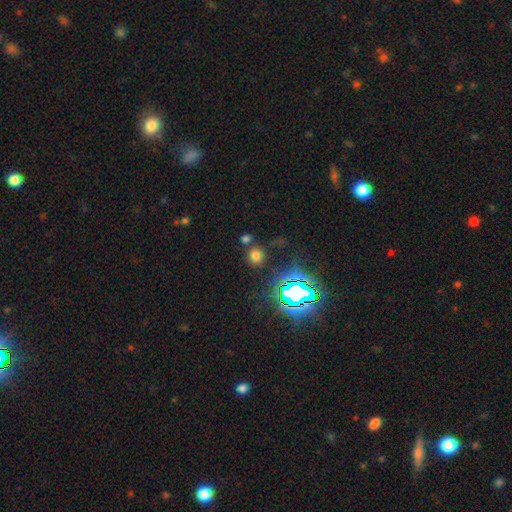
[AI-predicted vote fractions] Smooth or featured?
  - smooth: 62% *
  - star or artifact: 31%
  - featured or disk: 7%
How rounded?
  - round: 85% *
  - in between: 14%
  - cigar-shaped: 1%
Merging?
  - none: 75% *
  - merger: 12%
  - minor disturbance: 9%
  - major disturbance: 4%